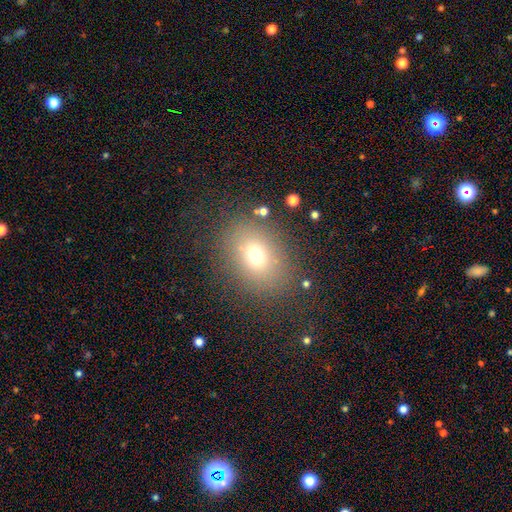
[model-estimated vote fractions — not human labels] smooth_or_featured: smooth (p=0.70) [alt: star or artifact p=0.17]
how_rounded: in between (p=0.55) [alt: round p=0.44]
merging: none (p=0.79) [alt: minor disturbance p=0.12]